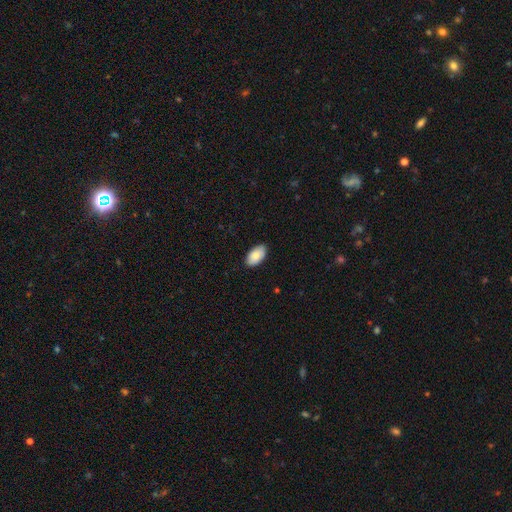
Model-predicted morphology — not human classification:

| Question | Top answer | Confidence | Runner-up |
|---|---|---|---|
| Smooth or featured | smooth | 83% | featured or disk (11%) |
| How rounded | in between | 96% | round (3%) |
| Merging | none | 88% | minor disturbance (10%) |